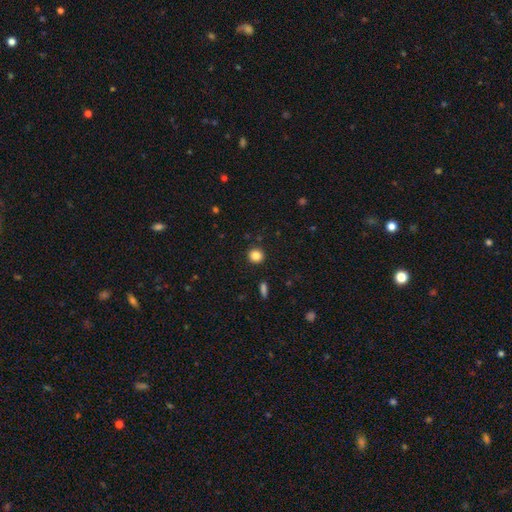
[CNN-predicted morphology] Smooth or featured? smooth (85%)
How rounded? round (91%)
Merging? none (91%)